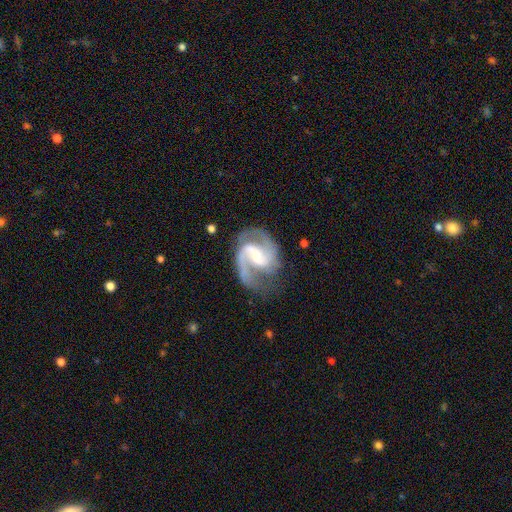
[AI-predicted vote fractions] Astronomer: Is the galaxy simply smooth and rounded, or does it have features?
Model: featured or disk — 91%.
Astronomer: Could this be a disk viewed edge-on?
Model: no — 98%.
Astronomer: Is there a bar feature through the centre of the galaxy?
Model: weak — 49% (runner-up: strong, 35%).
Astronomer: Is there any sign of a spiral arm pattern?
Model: yes — 98%.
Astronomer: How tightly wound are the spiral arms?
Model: medium — 61%.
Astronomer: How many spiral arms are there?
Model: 2 — 90%.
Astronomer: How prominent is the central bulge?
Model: small — 43% (runner-up: moderate, 35%).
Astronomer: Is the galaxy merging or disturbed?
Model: none — 65%.